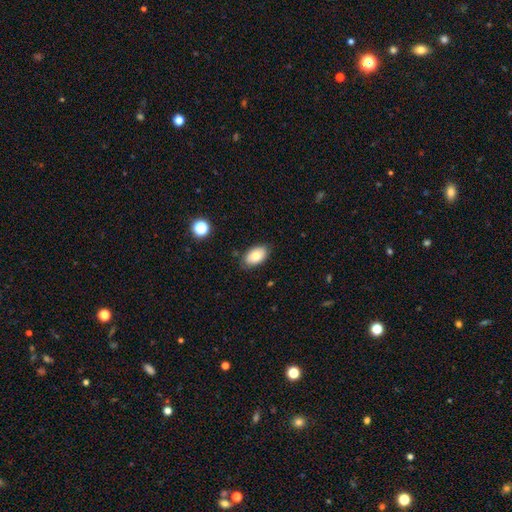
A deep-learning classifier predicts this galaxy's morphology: A smooth galaxy with no disk features (79%) that is in between round and cigar-shaped (92%).

Vote fractions:
- Smooth or featured? smooth: 79% / featured or disk: 13% / star or artifact: 8%
- How rounded? in between: 92% / round: 7% / cigar-shaped: 1%
- Merging? none: 82% / minor disturbance: 13% / major disturbance: 3% / merger: 2%